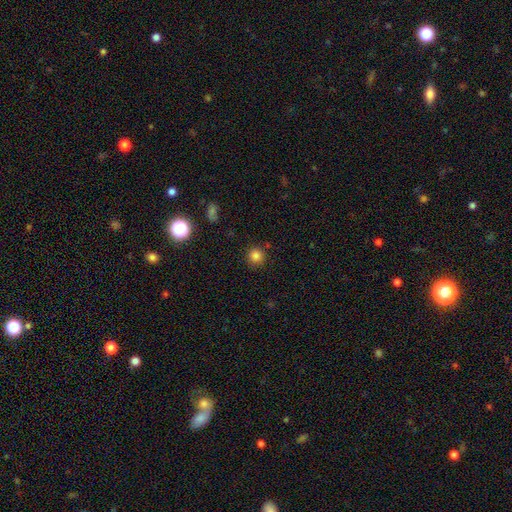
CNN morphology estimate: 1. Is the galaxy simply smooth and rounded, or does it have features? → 82% smooth, 14% star or artifact, 5% featured or disk.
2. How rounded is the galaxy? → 93% round, 6% in between, 1% cigar-shaped.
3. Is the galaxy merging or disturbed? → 87% none, 8% minor disturbance, 2% major disturbance, 2% merger.